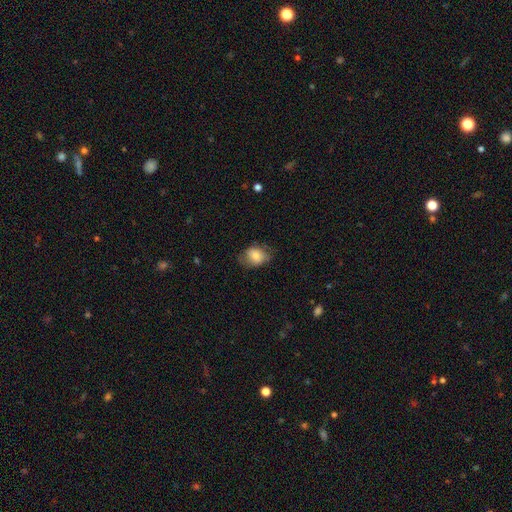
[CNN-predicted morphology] Smooth or featured?
  - smooth: 75% *
  - featured or disk: 17%
  - star or artifact: 8%
How rounded?
  - in between: 66% *
  - round: 33%
  - cigar-shaped: 1%
Merging?
  - none: 65% *
  - minor disturbance: 24%
  - major disturbance: 10%
  - merger: 1%